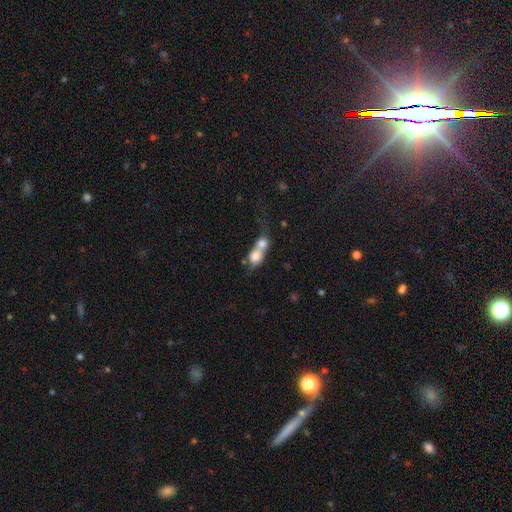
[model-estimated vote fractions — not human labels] Smooth or featured?
  - smooth: 71% *
  - featured or disk: 20%
  - star or artifact: 9%
How rounded?
  - round: 56% *
  - in between: 39%
  - cigar-shaped: 5%
Merging?
  - merger: 77% *
  - none: 13%
  - major disturbance: 5%
  - minor disturbance: 5%